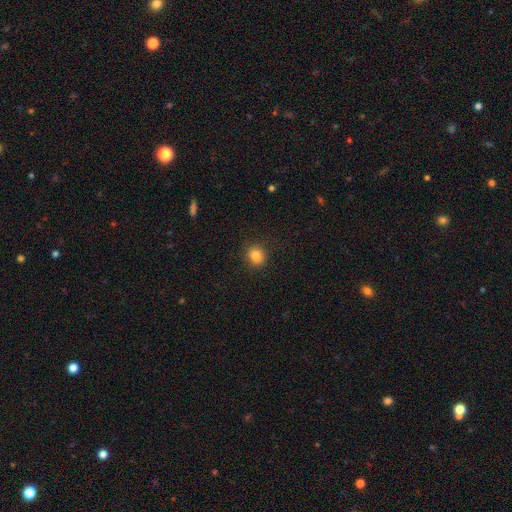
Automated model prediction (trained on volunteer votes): A smooth galaxy with no disk features (82%) that is round (81%). Merging: none (88%).